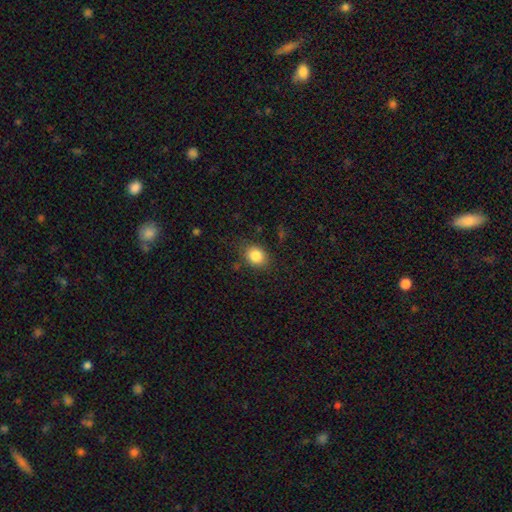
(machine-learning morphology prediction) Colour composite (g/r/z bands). It shows a smooth galaxy with no disk features (84%) that is round (54%). Merging: none (81%).